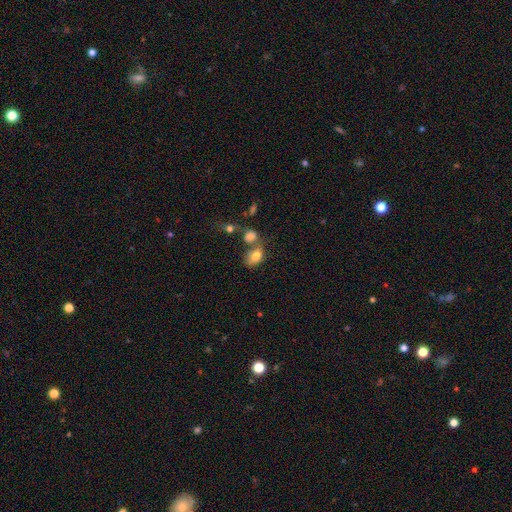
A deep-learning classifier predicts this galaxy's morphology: type=smooth (80%); roundness=in between (81%); merging=merger (45%).